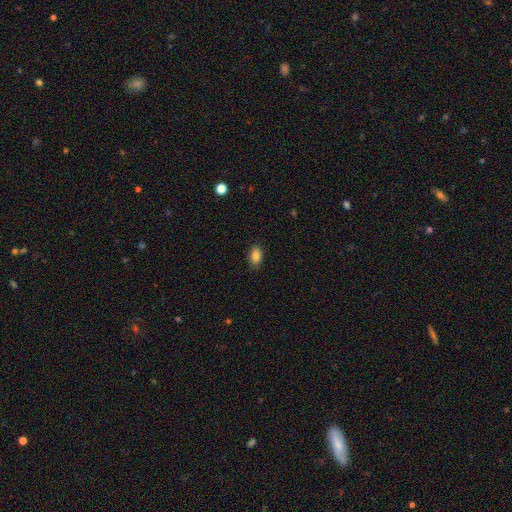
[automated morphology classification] Smooth or featured: smooth — 85% (star or artifact — 9%)
How rounded: in between — 88% (round — 10%)
Merging: none — 87% (minor disturbance — 10%)